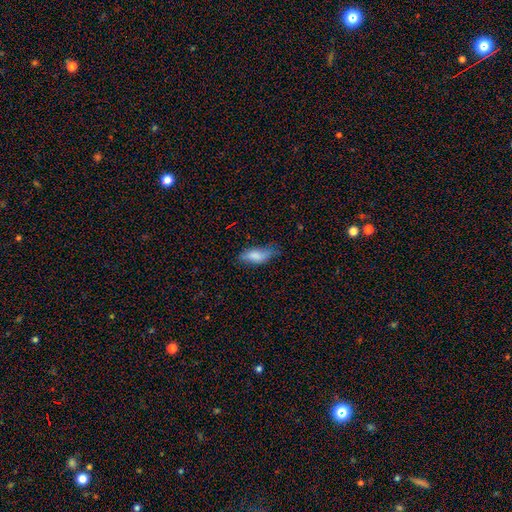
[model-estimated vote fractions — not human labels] This is clearly a smooth galaxy (80%). How rounded: clearly in between (80%). Merging: possibly none (53%).